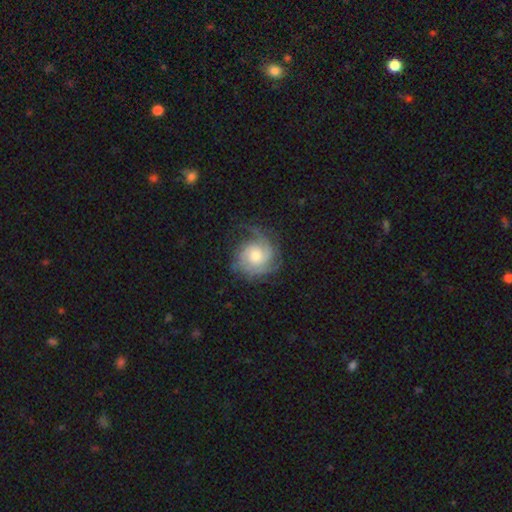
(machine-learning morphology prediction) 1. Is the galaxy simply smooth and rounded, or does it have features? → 82% featured or disk, 13% smooth, 6% star or artifact.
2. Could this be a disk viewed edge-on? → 98% no, 2% yes.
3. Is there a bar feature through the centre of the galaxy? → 74% no, 23% weak, 3% strong.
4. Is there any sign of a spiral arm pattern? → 96% yes, 4% no.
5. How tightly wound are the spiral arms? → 58% tight, 32% medium, 10% loose.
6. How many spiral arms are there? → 32% 2, 25% 3, 22% can't tell, 8% 1, 7% 4, 5% more than 4.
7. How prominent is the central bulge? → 66% moderate, 19% small, 11% large, 2% none, 1% dominant.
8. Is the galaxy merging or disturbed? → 67% none, 20% minor disturbance, 12% major disturbance, 1% merger.